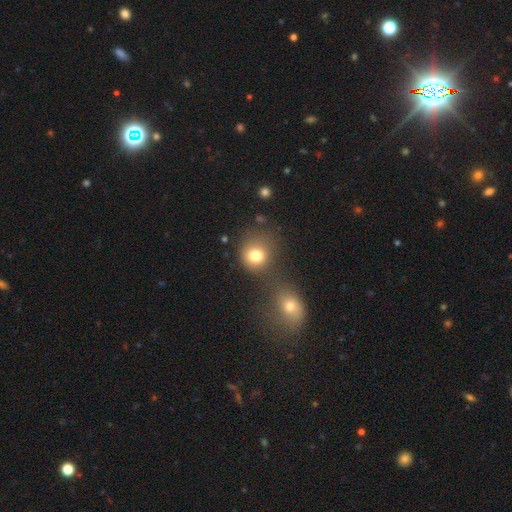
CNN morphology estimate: Q: Smooth or featured?
A: smooth (79%); runner-up: star or artifact (13%)
Q: How rounded?
A: round (80%); runner-up: in between (19%)
Q: Merging?
A: none (54%); runner-up: merger (26%)